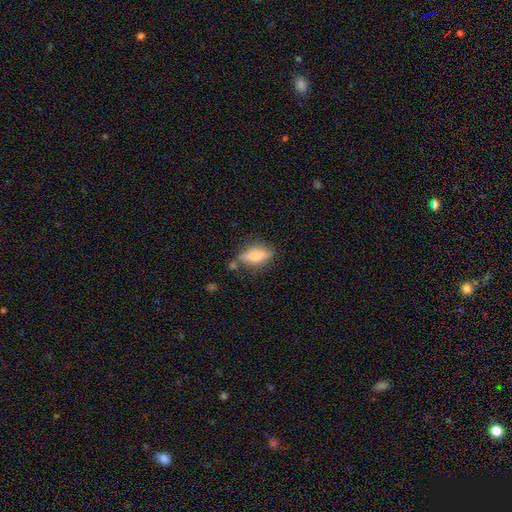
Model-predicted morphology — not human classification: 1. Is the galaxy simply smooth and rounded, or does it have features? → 60% smooth, 32% featured or disk, 8% star or artifact.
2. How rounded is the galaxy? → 63% in between, 33% cigar-shaped, 4% round.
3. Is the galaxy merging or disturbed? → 67% none, 19% minor disturbance, 7% merger, 6% major disturbance.